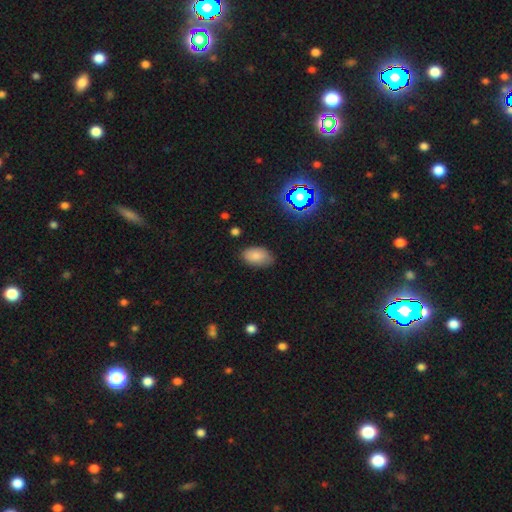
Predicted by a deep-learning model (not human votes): A smooth galaxy with no disk features (79%) that is in between round and cigar-shaped (92%).

Vote fractions:
- Smooth or featured? smooth: 79% / star or artifact: 12% / featured or disk: 9%
- How rounded? in between: 92% / round: 7% / cigar-shaped: 1%
- Merging? none: 78% / minor disturbance: 17% / major disturbance: 4% / merger: 1%